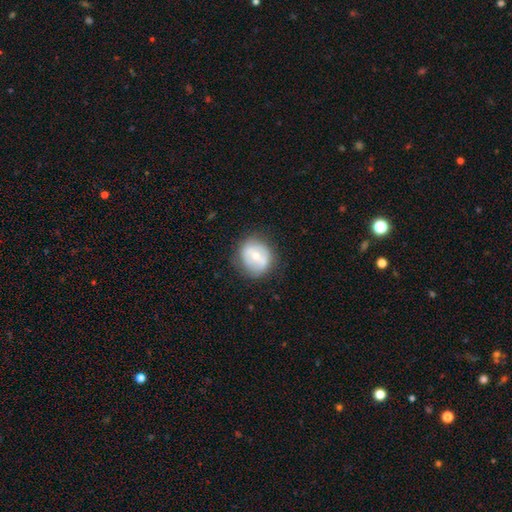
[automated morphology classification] Smooth or featured? featured or disk (47%)
Merging? none (73%)